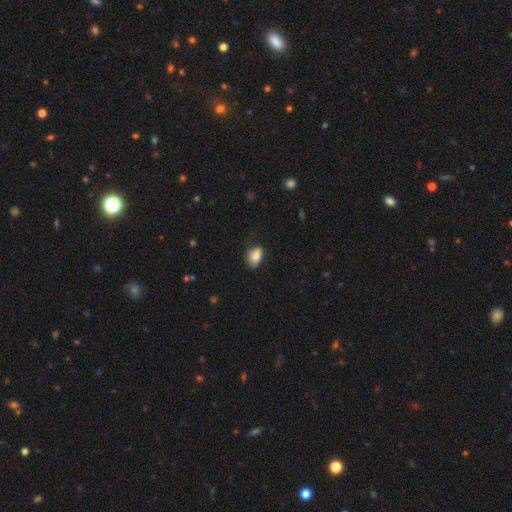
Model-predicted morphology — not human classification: smooth_or_featured: smooth (p=0.81) [alt: featured or disk p=0.11]
how_rounded: in between (p=0.84) [alt: round p=0.14]
merging: none (p=0.55) [alt: minor disturbance p=0.32]